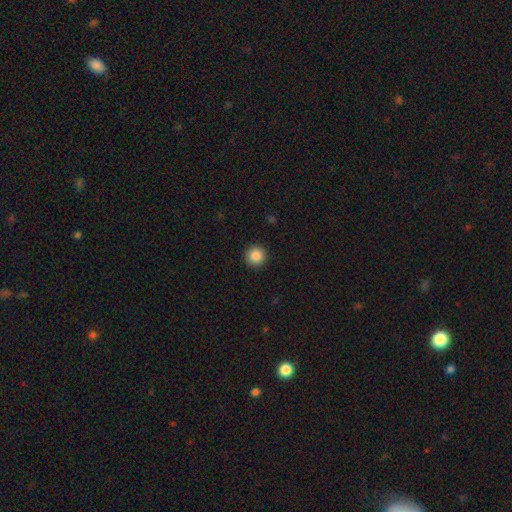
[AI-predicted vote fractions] smooth-or-featured: smooth: 87% | star or artifact: 9% | featured or disk: 4%
  how-rounded: round: 96% | in between: 3% | cigar-shaped: 1%
  merging: none: 93% | minor disturbance: 4% | major disturbance: 2% | merger: 1%